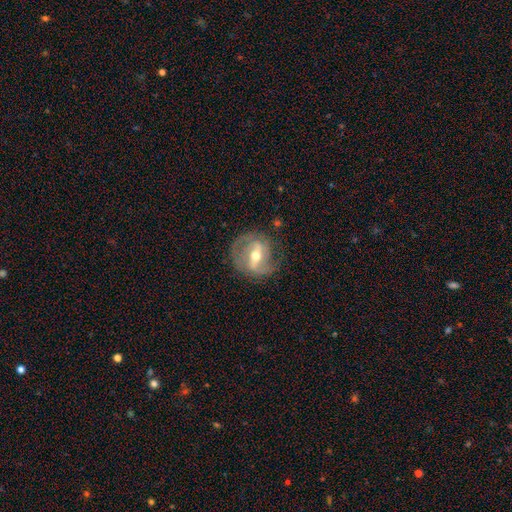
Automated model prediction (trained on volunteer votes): Smooth or featured?
  - featured or disk: 80% *
  - smooth: 14%
  - star or artifact: 6%
Edge-on disk?
  - no: 93% *
  - yes: 7%
Bar?
  - strong: 56% *
  - weak: 32%
  - no: 11%
Spiral arms?
  - yes: 81% *
  - no: 19%
Spiral winding?
  - medium: 44% *
  - loose: 29%
  - tight: 27%
Spiral arm count?
  - 2: 79% *
  - can't tell: 10%
  - 1: 6%
  - 3: 3%
  - 4: 1%
  - more than 4: 1%
Bulge size?
  - moderate: 67% *
  - small: 27%
  - large: 4%
  - none: 1%
  - dominant: 1%
Merging?
  - none: 72% *
  - minor disturbance: 17%
  - major disturbance: 9%
  - merger: 1%